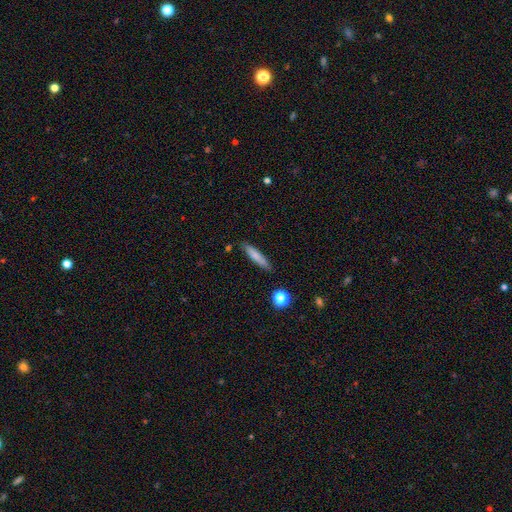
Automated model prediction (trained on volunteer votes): smooth-or-featured: smooth: 76% | featured or disk: 17% | star or artifact: 7%
  how-rounded: cigar-shaped: 85% | in between: 14% | round: 2%
  merging: none: 85% | minor disturbance: 11% | merger: 2% | major disturbance: 2%